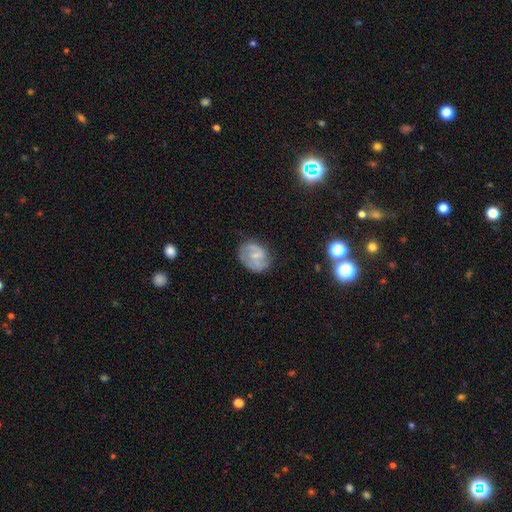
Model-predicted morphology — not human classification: Smooth or featured? featured or disk (60%)
Edge-on disk? no (97%)
Bar? weak (46%)
Spiral arms? yes (82%)
Bulge size? small (62%)
Merging? none (66%)